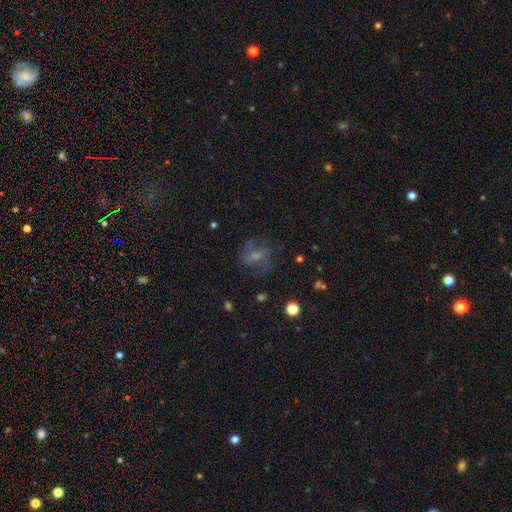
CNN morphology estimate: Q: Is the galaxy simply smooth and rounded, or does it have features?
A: smooth — 47%.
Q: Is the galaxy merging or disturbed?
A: none — 55%.